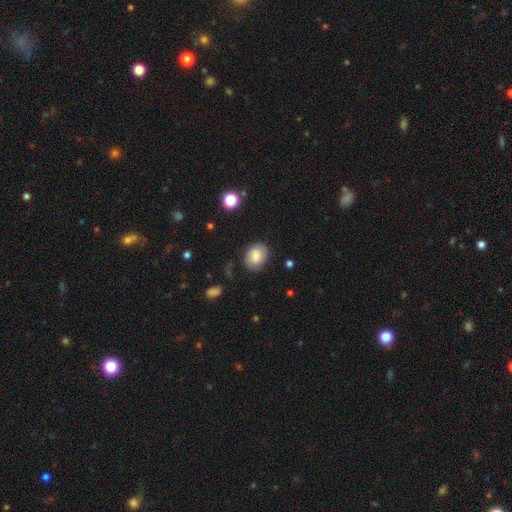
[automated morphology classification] type=smooth (73%); roundness=in between (56%); merging=none (76%).